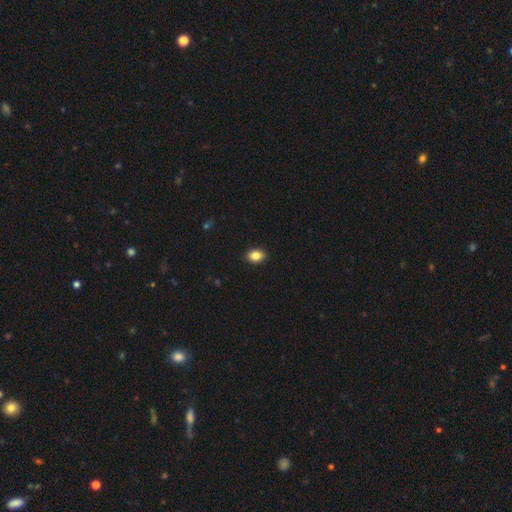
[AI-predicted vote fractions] smooth_or_featured: smooth (p=0.85) [alt: star or artifact p=0.09]
how_rounded: in between (p=0.64) [alt: round p=0.35]
merging: none (p=0.91) [alt: minor disturbance p=0.06]